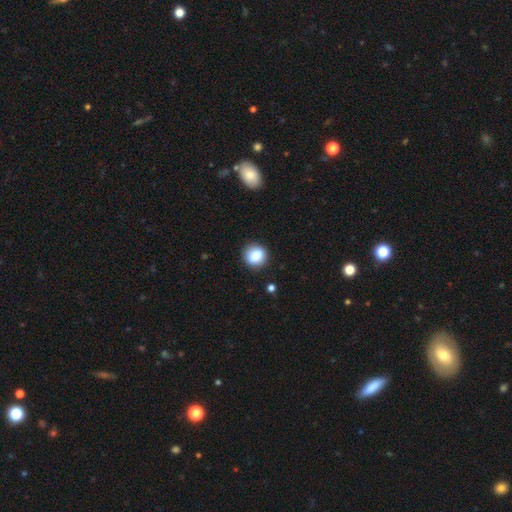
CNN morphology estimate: Smooth or featured? Predicted: smooth (p=0.83). How rounded? Predicted: round (p=0.73). Merging? Predicted: none (p=0.84).